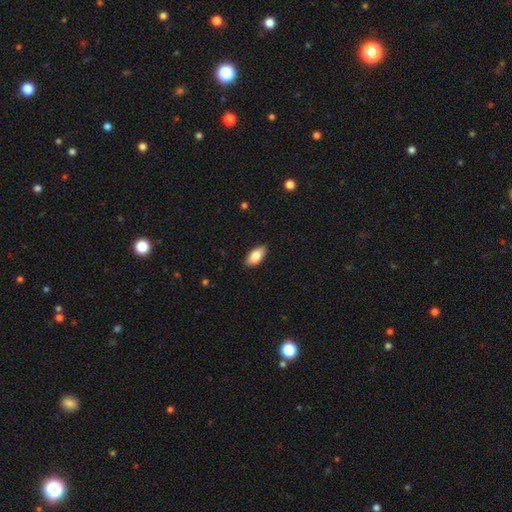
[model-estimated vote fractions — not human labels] Overall: smooth (82%). How rounded: in between (91%). Merging: none (86%).